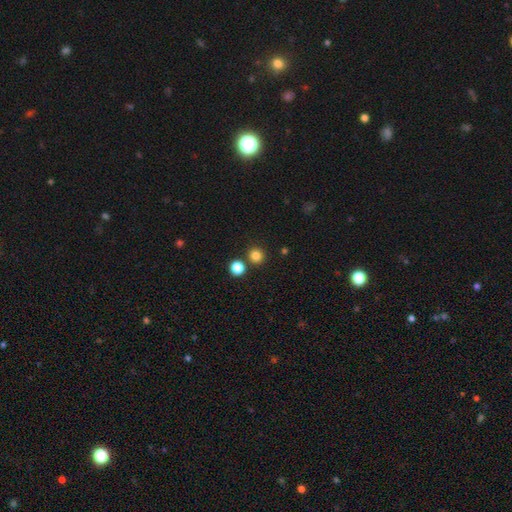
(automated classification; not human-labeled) smooth 82%, star or artifact 14%, featured or disk 4%. Down the decision tree: how rounded — round (92%); merging — none (83%).